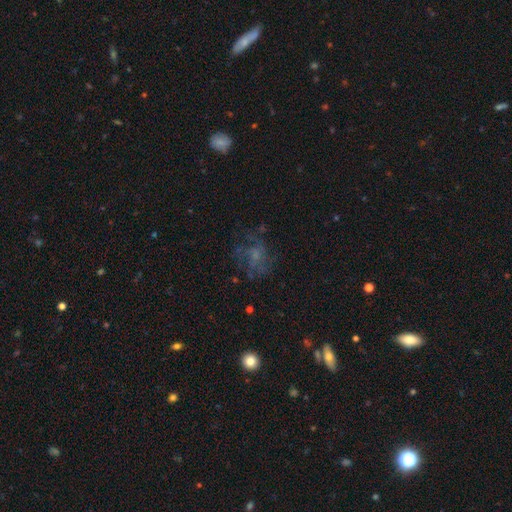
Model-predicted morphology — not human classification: type=featured or disk (50%); merging=none (58%).